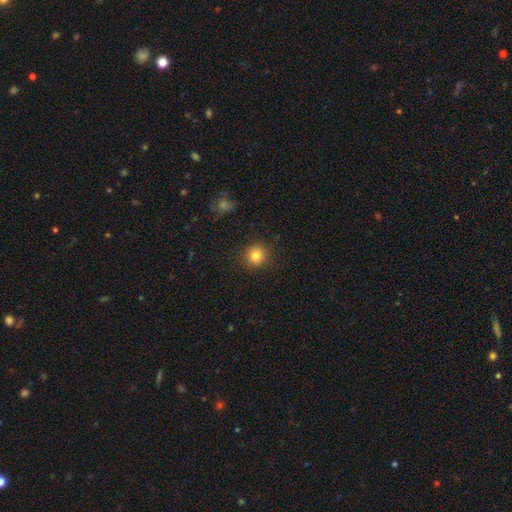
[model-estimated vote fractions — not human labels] This is clearly a smooth galaxy (83%). How rounded: clearly round (91%). Merging: clearly none (90%).